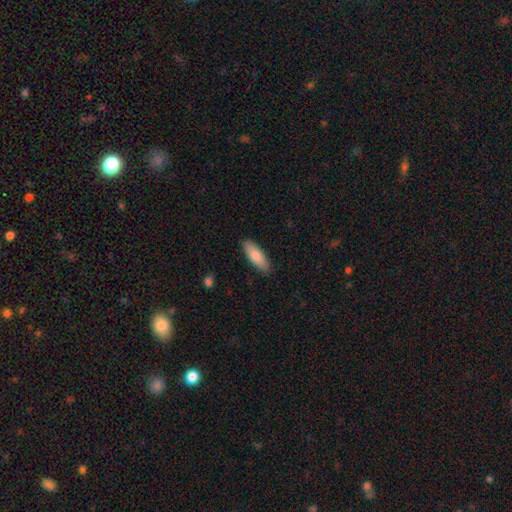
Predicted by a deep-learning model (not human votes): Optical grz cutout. It shows a smooth galaxy with no disk features (81%) that is in between round and cigar-shaped (64%). Merging: none (88%).